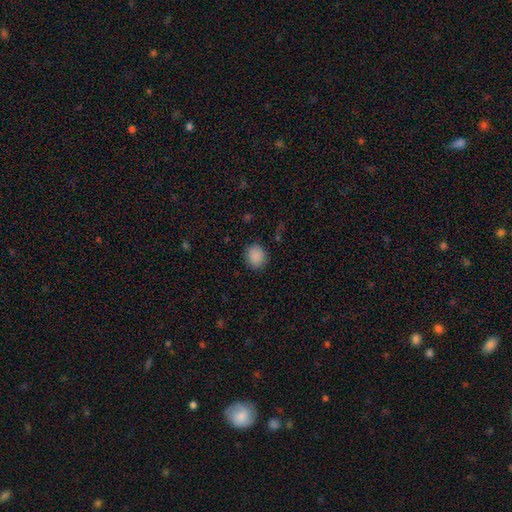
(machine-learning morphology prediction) type=smooth (88%); roundness=round (74%); merging=none (87%).